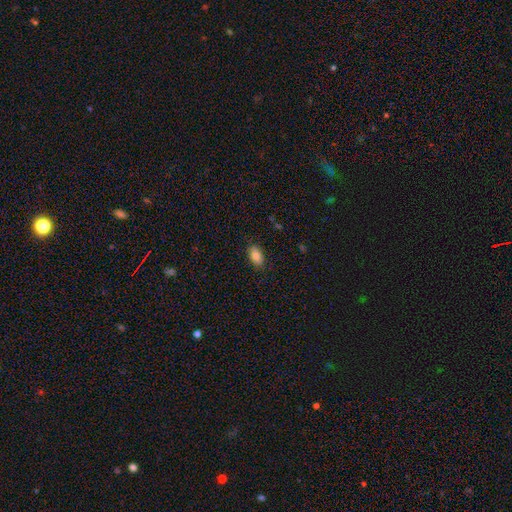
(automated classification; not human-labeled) Smooth or featured?
  - smooth: 85% *
  - star or artifact: 8%
  - featured or disk: 8%
How rounded?
  - in between: 92% *
  - round: 4%
  - cigar-shaped: 4%
Merging?
  - none: 85% *
  - minor disturbance: 11%
  - major disturbance: 2%
  - merger: 1%